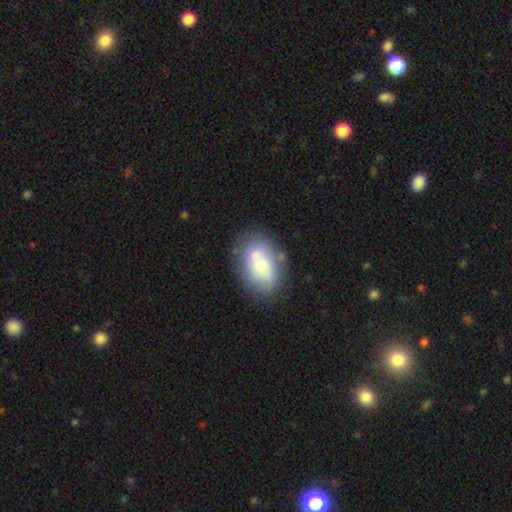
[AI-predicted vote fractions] smooth 60%, featured or disk 32%, star or artifact 8%. Down the decision tree: how rounded — in between (80%); merging — none (48%).